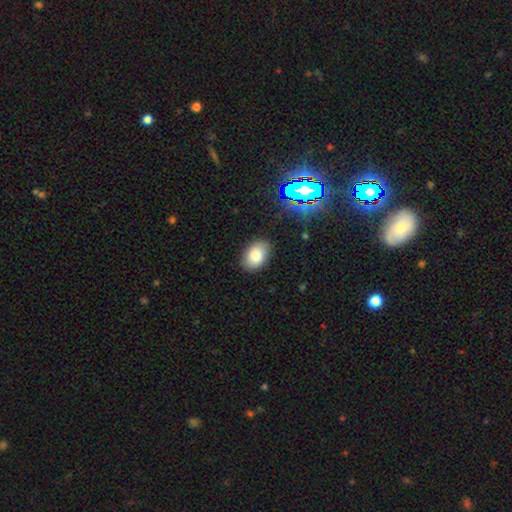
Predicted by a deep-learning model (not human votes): Morphology: type=smooth (83%); roundness=in between (85%); merging=none (86%).